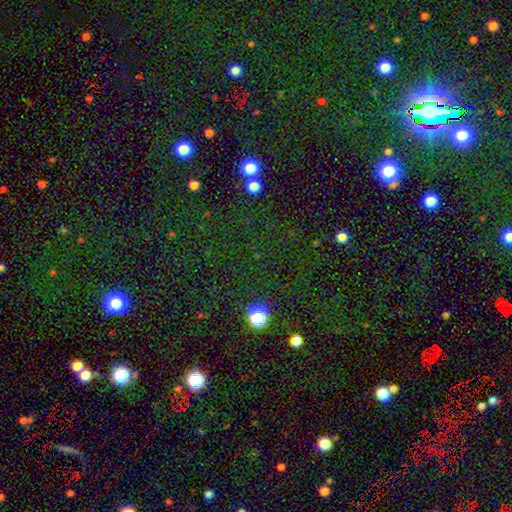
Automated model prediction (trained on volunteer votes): This appears to be a star or artifact, not a galaxy (72%).